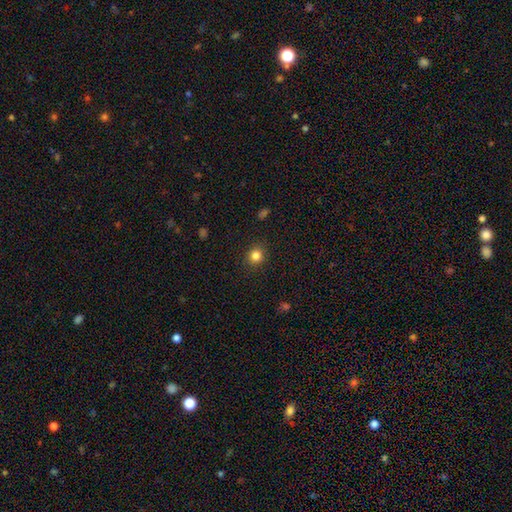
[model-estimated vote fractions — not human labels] The model was most divided on "how rounded": round: 84%, in between: 15%, cigar-shaped: 1%. More confident: merging — none (89%); smooth or featured — smooth (83%).